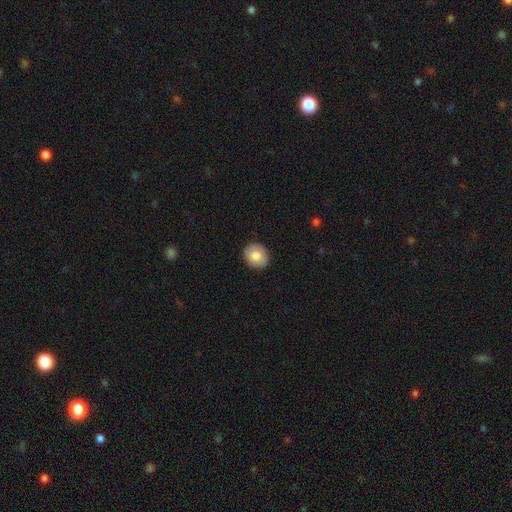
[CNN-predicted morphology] This appears to be a smooth galaxy with no disk features (79%) that is round (65%). Merging: none (89%).